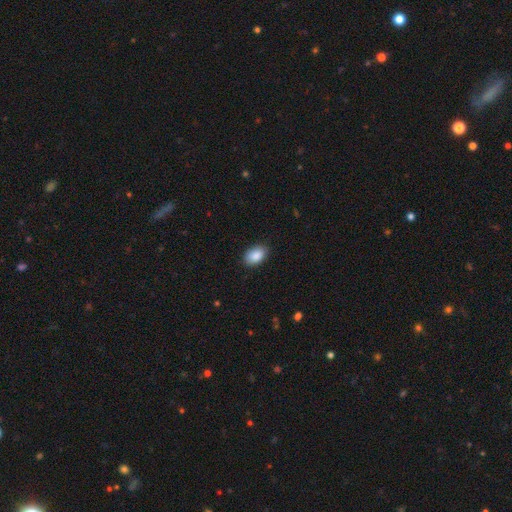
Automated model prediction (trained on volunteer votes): Smooth or featured?
  - smooth: 89% *
  - star or artifact: 7%
  - featured or disk: 4%
How rounded?
  - in between: 91% *
  - round: 8%
  - cigar-shaped: 1%
Merging?
  - none: 87% *
  - minor disturbance: 10%
  - major disturbance: 2%
  - merger: 1%